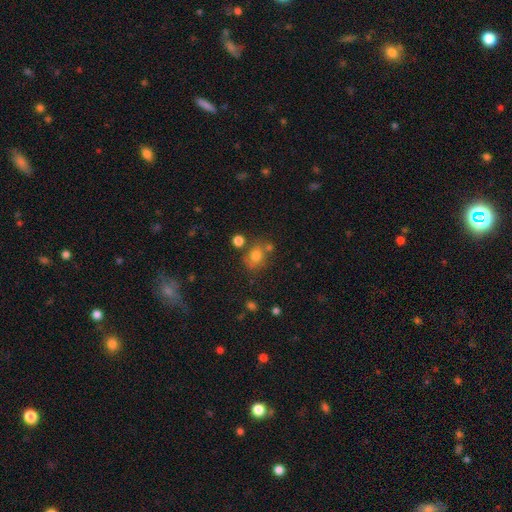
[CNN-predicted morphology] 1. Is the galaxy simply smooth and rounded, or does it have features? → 75% smooth, 13% star or artifact, 12% featured or disk.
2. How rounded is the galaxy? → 65% round, 34% in between, 1% cigar-shaped.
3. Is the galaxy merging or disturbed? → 60% none, 17% minor disturbance, 16% merger, 7% major disturbance.